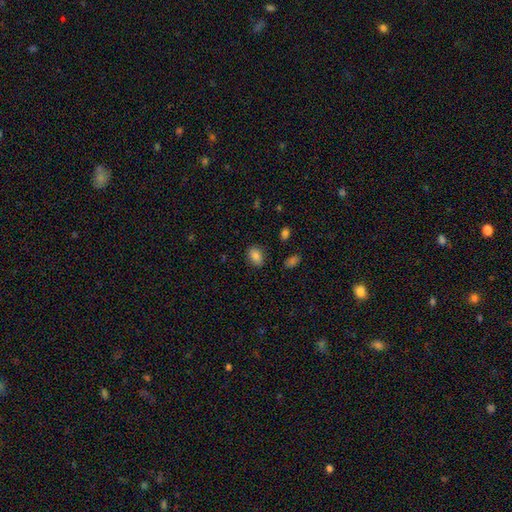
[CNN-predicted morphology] The model was most divided on "how rounded": in between: 79%, round: 20%, cigar-shaped: 1%. More confident: merging — none (85%); smooth or featured — smooth (84%).